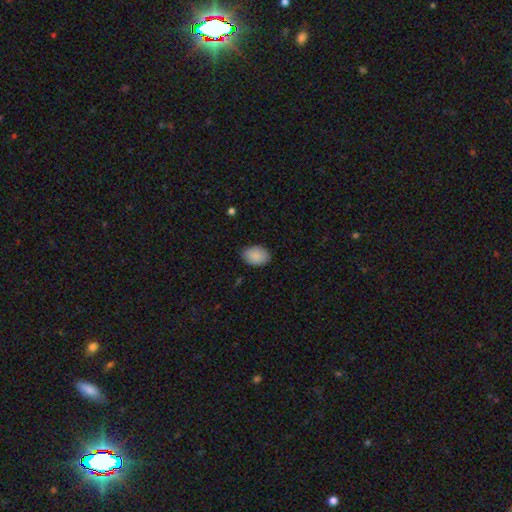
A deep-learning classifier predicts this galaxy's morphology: smooth-or-featured: smooth: 89% | star or artifact: 7% | featured or disk: 4%
  how-rounded: in between: 83% | round: 16% | cigar-shaped: 1%
  merging: none: 84% | minor disturbance: 12% | major disturbance: 2% | merger: 1%